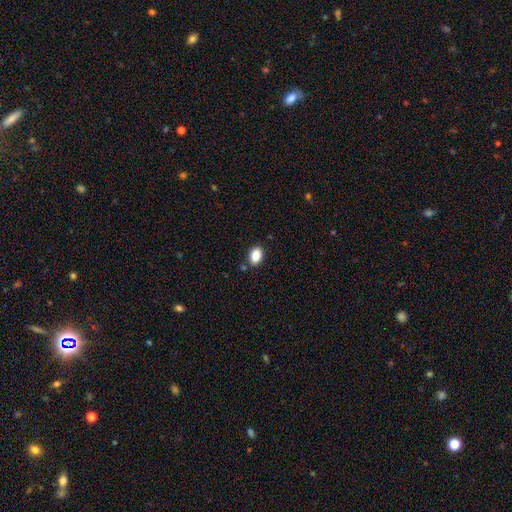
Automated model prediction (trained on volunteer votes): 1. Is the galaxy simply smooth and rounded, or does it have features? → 86% smooth, 9% star or artifact, 5% featured or disk.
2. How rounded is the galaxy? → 84% in between, 15% round, 1% cigar-shaped.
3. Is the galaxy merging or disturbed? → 86% none, 9% minor disturbance, 2% merger, 2% major disturbance.